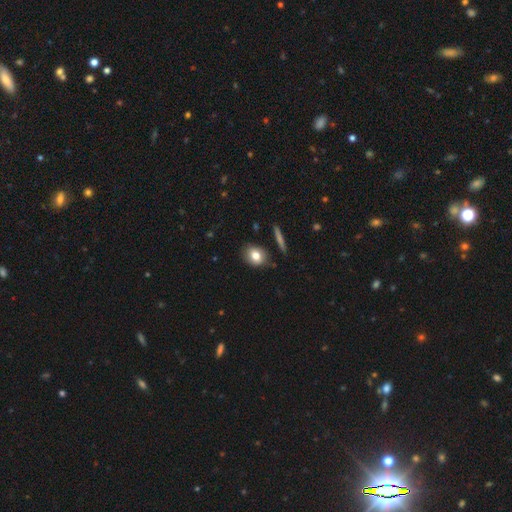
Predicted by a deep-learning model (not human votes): This is likely a smooth galaxy (78%). How rounded: possibly round (52%). Merging: clearly none (80%).